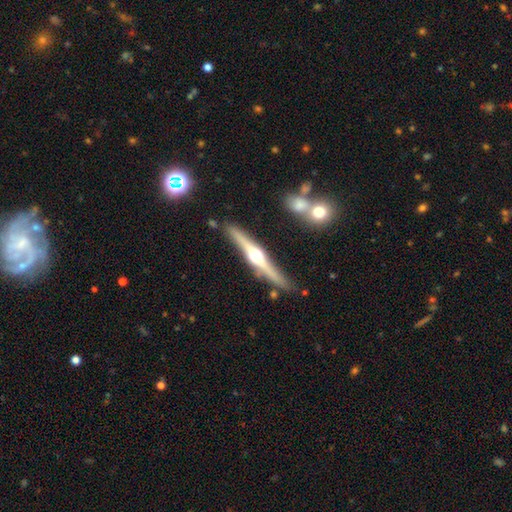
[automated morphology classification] A featured or disk galaxy (78%) viewed edge-on (98%) with a rounded central bulge (95%). Merging: none (85%).